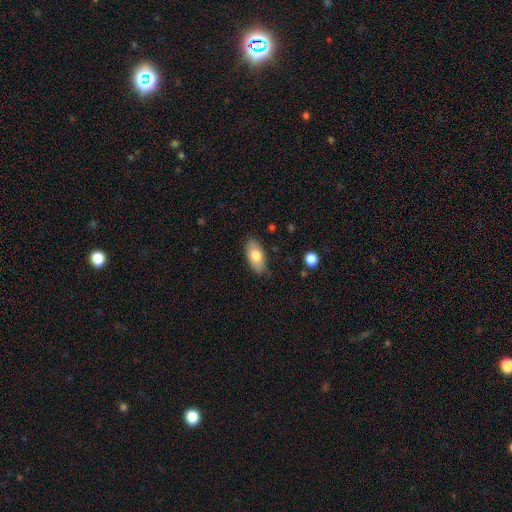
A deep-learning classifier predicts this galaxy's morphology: smooth 75%, featured or disk 18%, star or artifact 6%. Down the decision tree: how rounded — in between (92%); merging — none (83%).